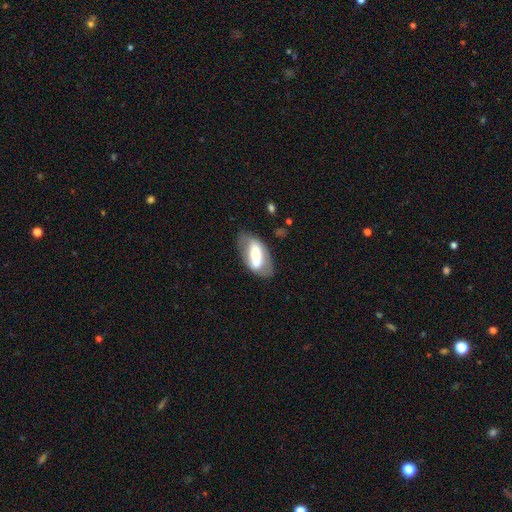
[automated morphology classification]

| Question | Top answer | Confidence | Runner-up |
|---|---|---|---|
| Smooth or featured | smooth | 50% | featured or disk (44%) |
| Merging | none | 53% | minor disturbance (26%) |